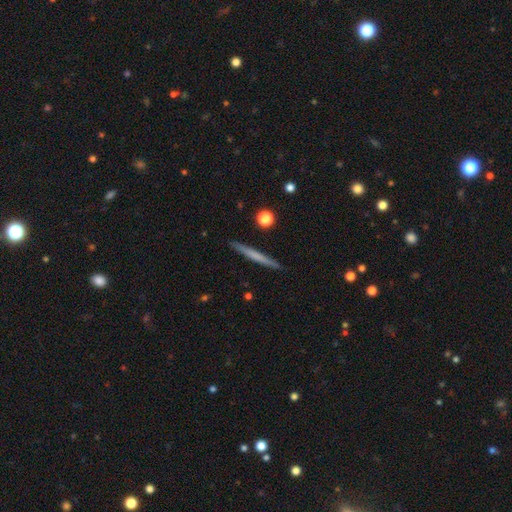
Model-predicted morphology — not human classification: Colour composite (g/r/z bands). It shows a smooth galaxy with no disk features (53%) that is cigar-shaped (97%). Merging: none (91%).